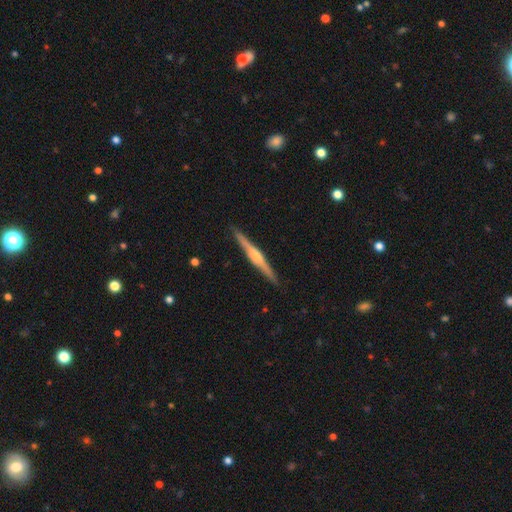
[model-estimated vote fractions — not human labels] A featured or disk galaxy (75%) viewed edge-on (98%) with a rounded central bulge (76%). Merging: none (92%).